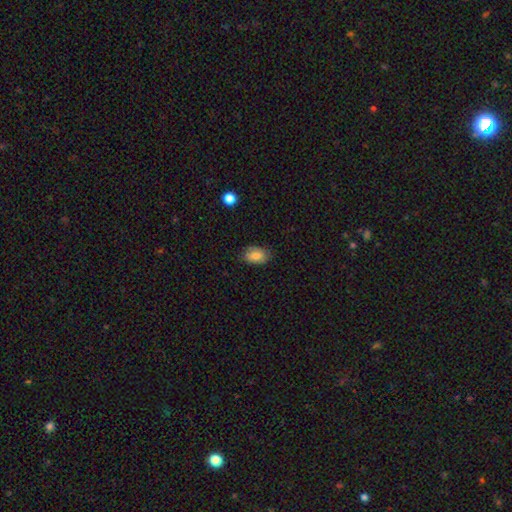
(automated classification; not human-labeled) The model was most divided on "merging": none: 77%, minor disturbance: 19%, major disturbance: 3%, merger: 1%. More confident: how rounded — in between (87%); smooth or featured — smooth (77%).